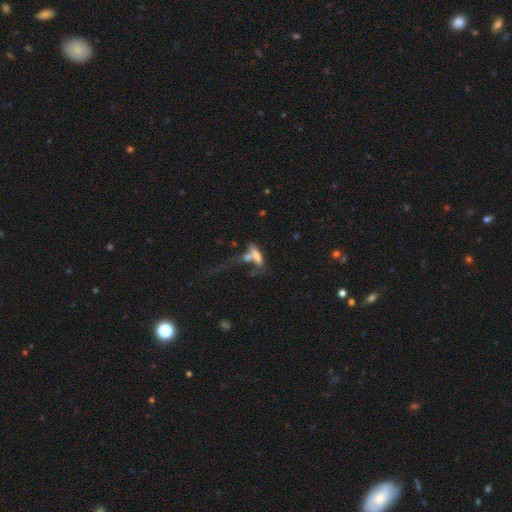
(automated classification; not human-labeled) This appears to be a smooth galaxy with no disk features (61%) that is cigar-shaped (50%). Merging: merger (48%).